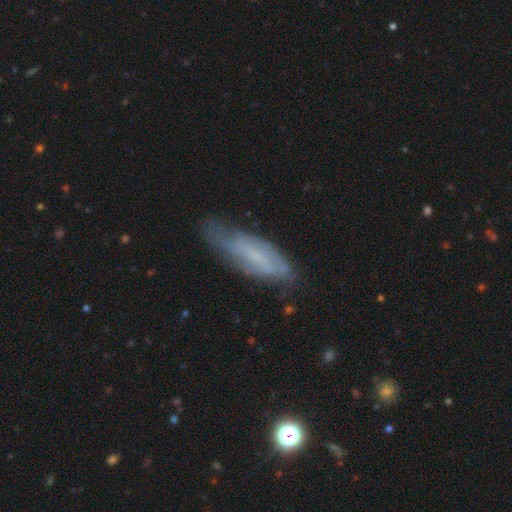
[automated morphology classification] smooth_or_featured: featured or disk (p=0.47) [alt: smooth p=0.44]
merging: none (p=0.60) [alt: minor disturbance p=0.29]